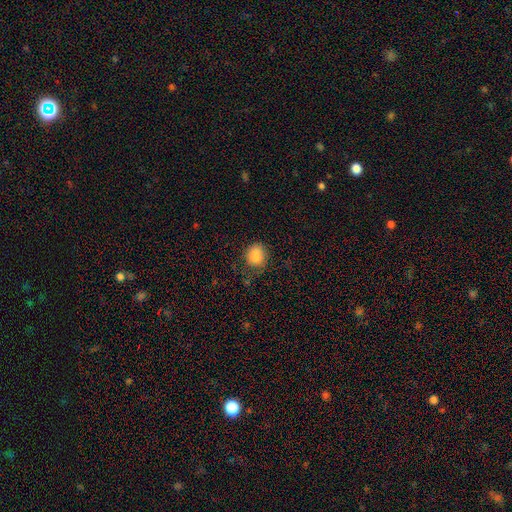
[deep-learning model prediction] A smooth galaxy with no disk features (85%) that is round (69%).

Vote fractions:
- Smooth or featured? smooth: 85% / star or artifact: 9% / featured or disk: 6%
- How rounded? round: 69% / in between: 30% / cigar-shaped: 1%
- Merging? none: 68% / minor disturbance: 22% / major disturbance: 8% / merger: 2%